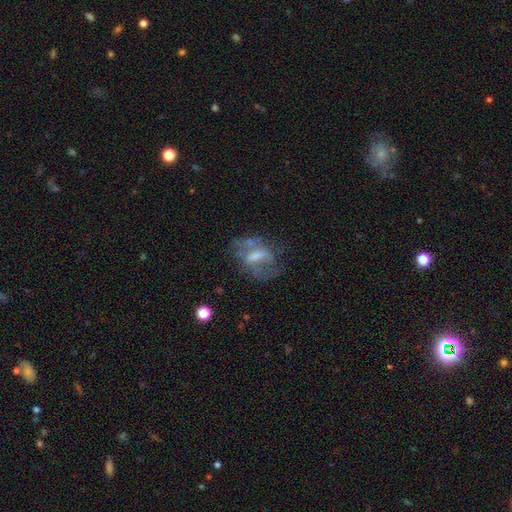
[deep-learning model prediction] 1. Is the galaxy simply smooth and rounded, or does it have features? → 63% featured or disk, 26% smooth, 11% star or artifact.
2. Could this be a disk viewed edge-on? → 92% no, 8% yes.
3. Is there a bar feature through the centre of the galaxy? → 41% weak, 33% strong, 26% no.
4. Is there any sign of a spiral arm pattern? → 51% yes, 49% no.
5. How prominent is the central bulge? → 35% moderate, 29% small, 26% none, 9% large, 1% dominant.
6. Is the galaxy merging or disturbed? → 52% none, 23% major disturbance, 21% minor disturbance, 4% merger.